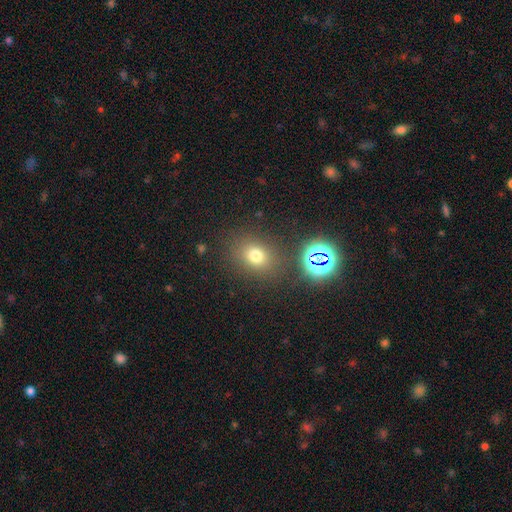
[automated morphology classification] smooth-or-featured: smooth: 70% | star or artifact: 20% | featured or disk: 9%
  how-rounded: round: 51% | in between: 48% | cigar-shaped: 1%
  merging: none: 78% | minor disturbance: 11% | major disturbance: 5% | merger: 5%